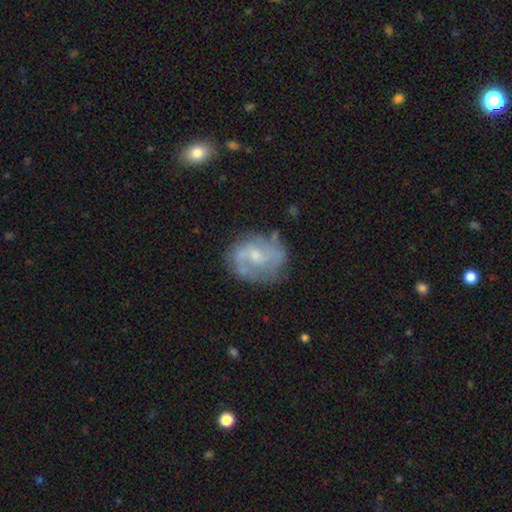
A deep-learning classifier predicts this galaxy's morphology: Smooth or featured? featured or disk (72%)
Edge-on disk? no (97%)
Bar? no (51%)
Spiral arms? yes (84%)
Spiral winding? medium (45%)
Spiral arm count? 2 (61%)
Bulge size? small (50%)
Merging? none (67%)